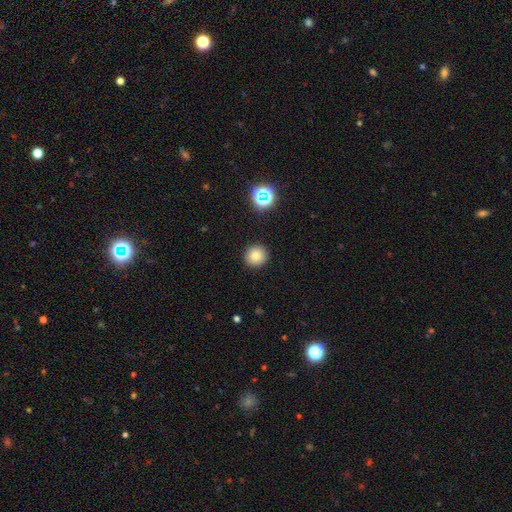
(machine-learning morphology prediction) This is clearly a smooth galaxy (81%). How rounded: clearly round (93%). Merging: clearly none (92%).